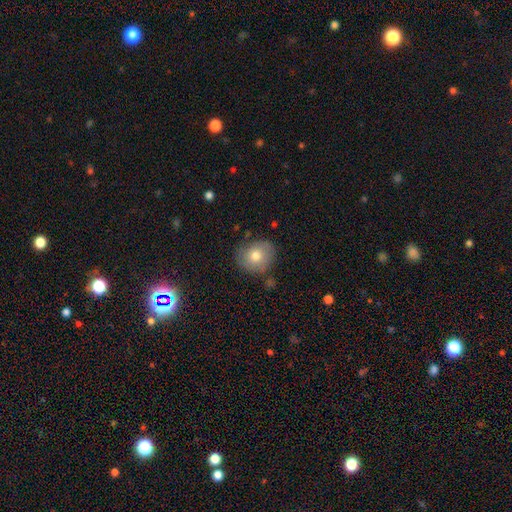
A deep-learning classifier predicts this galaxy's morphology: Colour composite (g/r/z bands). It shows a smooth galaxy with no disk features (73%) that is round (70%). Merging: none (74%).